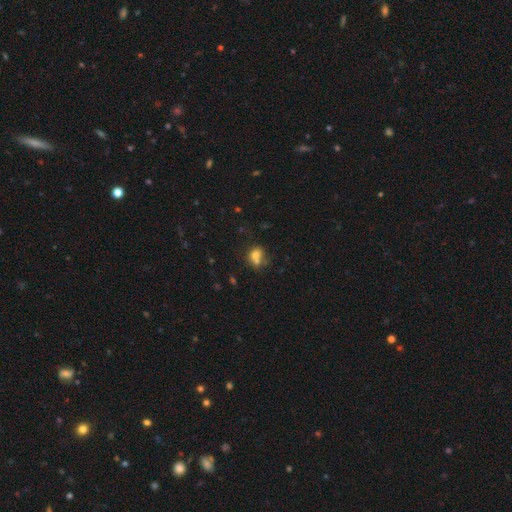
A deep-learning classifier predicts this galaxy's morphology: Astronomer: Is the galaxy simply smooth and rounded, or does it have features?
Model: smooth — 71%.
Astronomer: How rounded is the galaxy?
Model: round — 61% (runner-up: in between, 38%).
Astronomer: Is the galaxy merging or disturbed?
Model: merger — 47% (runner-up: none, 35%).